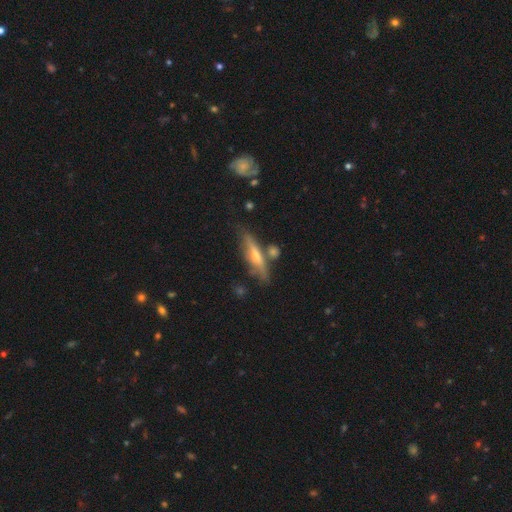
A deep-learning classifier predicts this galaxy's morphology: Q: Smooth or featured?
A: featured or disk (62%); runner-up: smooth (32%)
Q: Edge-on disk?
A: yes (89%); runner-up: no (11%)
Q: Edge-on bulge?
A: rounded (84%); runner-up: none (11%)
Q: Merging?
A: none (69%); runner-up: minor disturbance (16%)